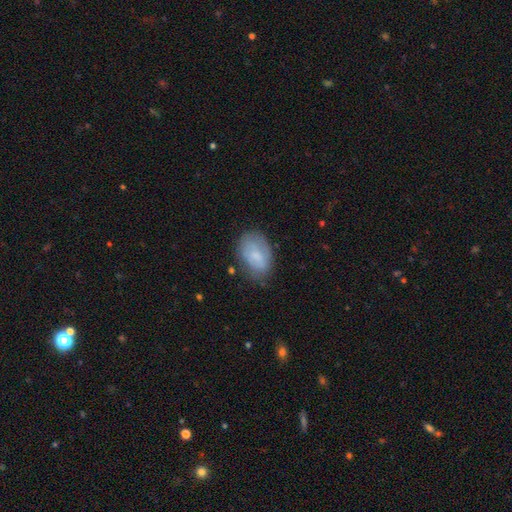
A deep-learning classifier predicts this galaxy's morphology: A smooth galaxy with no disk features (61%) that is in between round and cigar-shaped (85%).

Vote fractions:
- Smooth or featured? smooth: 61% / featured or disk: 31% / star or artifact: 8%
- How rounded? in between: 85% / round: 13% / cigar-shaped: 1%
- Merging? none: 62% / minor disturbance: 26% / major disturbance: 9% / merger: 2%